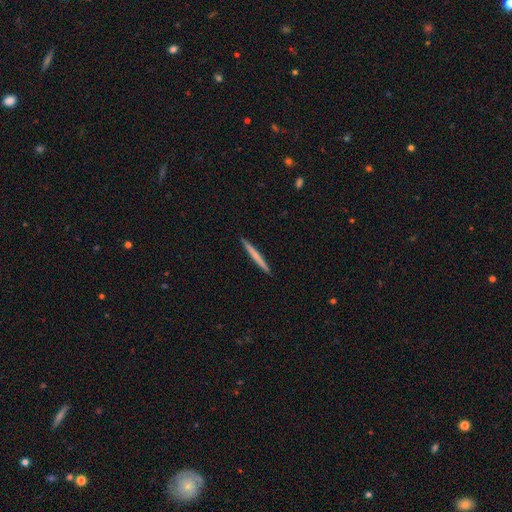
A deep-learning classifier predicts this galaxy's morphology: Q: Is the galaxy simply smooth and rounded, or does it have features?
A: smooth — 59%.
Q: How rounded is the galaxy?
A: cigar-shaped — 97%.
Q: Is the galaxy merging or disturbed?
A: none — 93%.